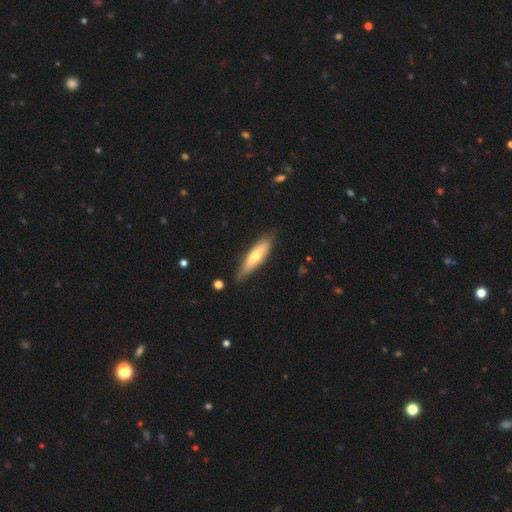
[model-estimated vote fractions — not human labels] Smooth or featured: smooth — 58% (featured or disk — 37%)
How rounded: cigar-shaped — 63% (in between — 35%)
Merging: none — 75% (minor disturbance — 19%)